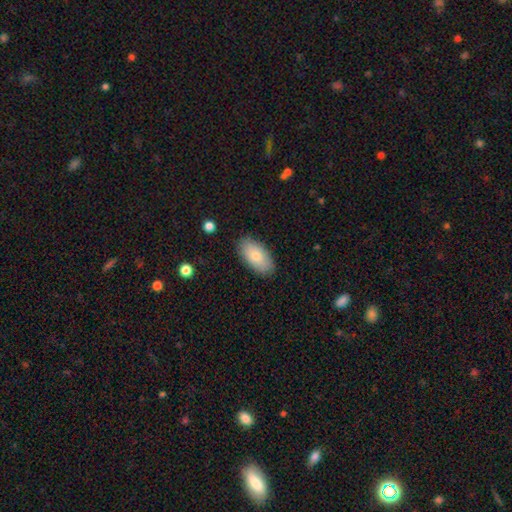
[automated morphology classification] The model was most divided on "smooth or featured": smooth: 80%, featured or disk: 13%, star or artifact: 6%. More confident: how rounded — in between (94%); merging — none (86%).